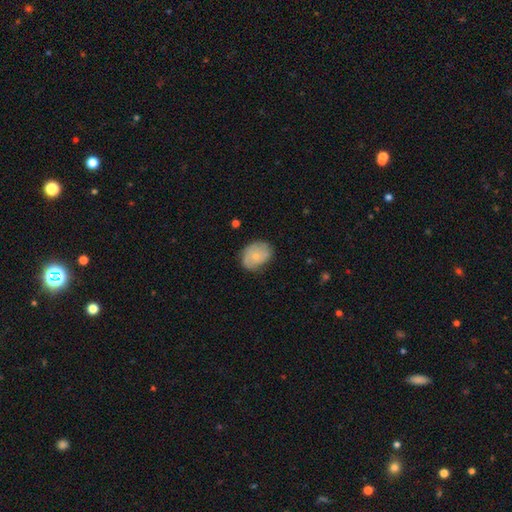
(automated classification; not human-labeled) Smooth or featured: smooth — 56% (featured or disk — 37%)
How rounded: in between — 58% (round — 41%)
Merging: none — 68% (minor disturbance — 24%)